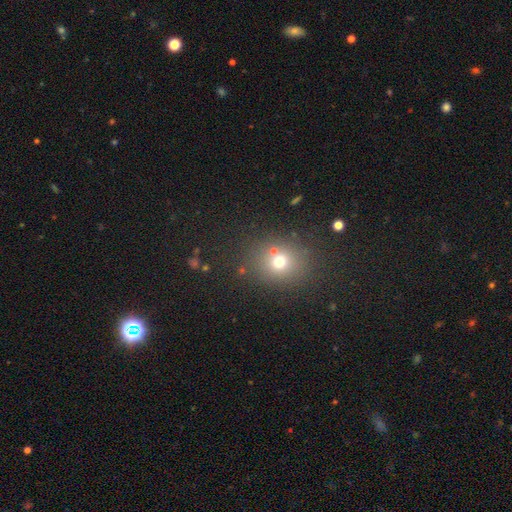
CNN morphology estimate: The model was most divided on "smooth or featured": smooth: 61%, star or artifact: 31%, featured or disk: 8%. More confident: merging — none (84%); how rounded — round (68%).